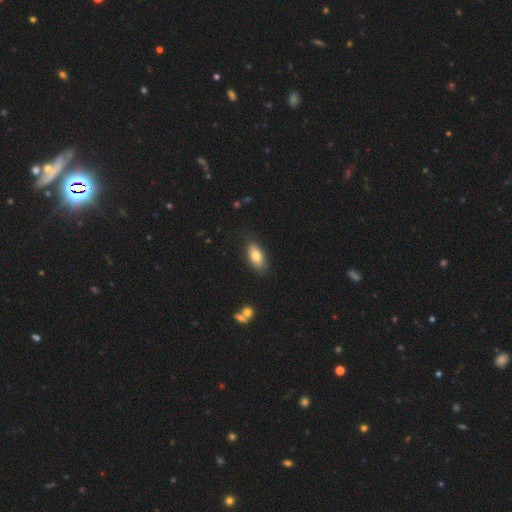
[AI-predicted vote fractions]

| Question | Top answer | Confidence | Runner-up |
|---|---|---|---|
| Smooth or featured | smooth | 78% | featured or disk (15%) |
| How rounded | in between | 90% | cigar-shaped (7%) |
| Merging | none | 82% | minor disturbance (14%) |